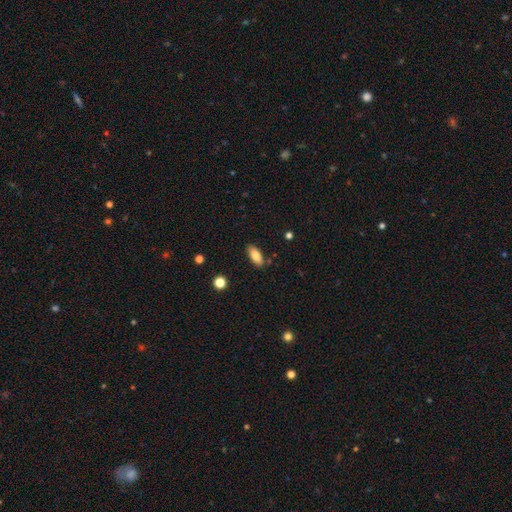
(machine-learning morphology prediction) smooth-or-featured: smooth: 84% | featured or disk: 8% | star or artifact: 7%
  how-rounded: in between: 86% | cigar-shaped: 12% | round: 2%
  merging: none: 84% | minor disturbance: 11% | major disturbance: 2% | merger: 2%